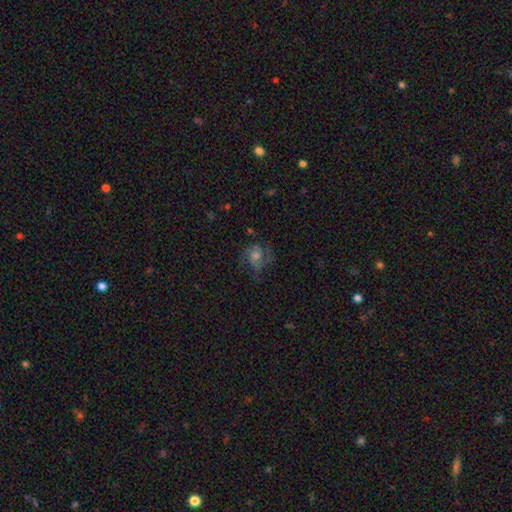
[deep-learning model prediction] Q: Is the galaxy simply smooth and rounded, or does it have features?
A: featured or disk — 68%.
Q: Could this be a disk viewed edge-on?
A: no — 97%.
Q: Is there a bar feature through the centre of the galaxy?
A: no — 63%.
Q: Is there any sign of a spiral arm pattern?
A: yes — 92%.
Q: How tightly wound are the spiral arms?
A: medium — 52%.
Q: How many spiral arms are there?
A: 2 — 57%.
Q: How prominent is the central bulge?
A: moderate — 53%.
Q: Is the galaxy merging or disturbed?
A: none — 68%.